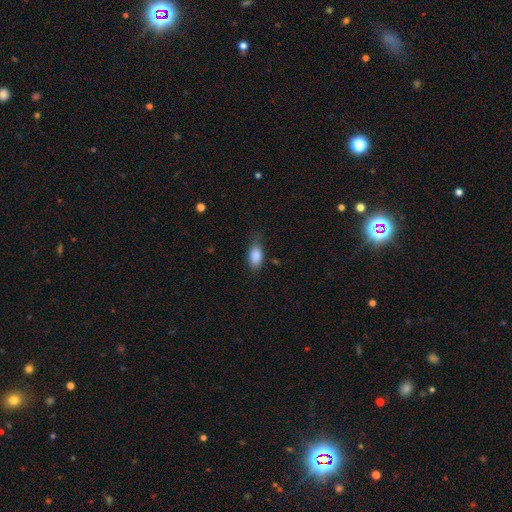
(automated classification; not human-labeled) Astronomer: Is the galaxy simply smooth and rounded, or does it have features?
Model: smooth — 86%.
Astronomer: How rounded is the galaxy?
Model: in between — 88%.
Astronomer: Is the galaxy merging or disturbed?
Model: none — 66%.